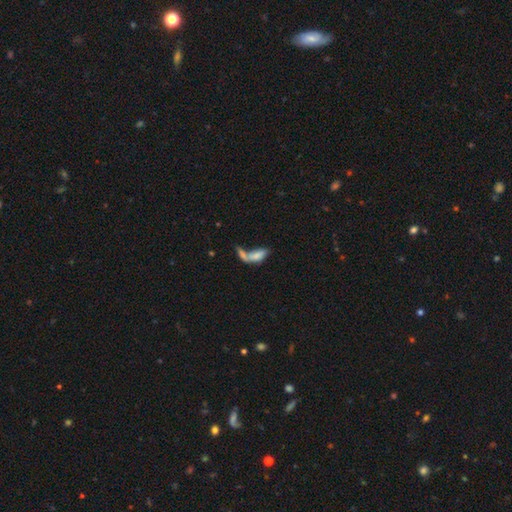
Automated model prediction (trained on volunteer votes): smooth-or-featured: smooth: 68% | featured or disk: 23% | star or artifact: 9%
  how-rounded: in between: 78% | cigar-shaped: 18% | round: 4%
  merging: merger: 57% | none: 21% | major disturbance: 12% | minor disturbance: 9%